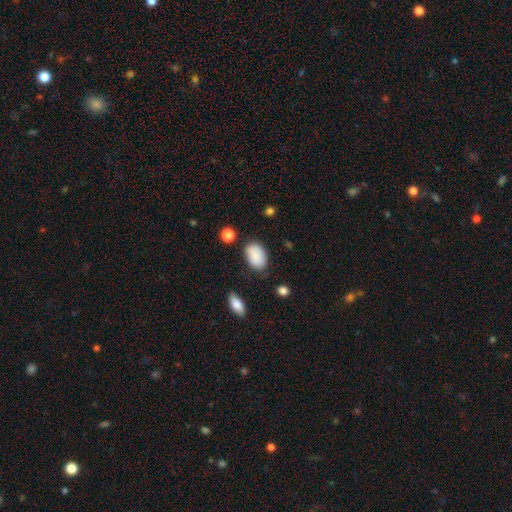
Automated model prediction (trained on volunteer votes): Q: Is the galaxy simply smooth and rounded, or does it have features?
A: smooth — 86%.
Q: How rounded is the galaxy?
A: in between — 90%.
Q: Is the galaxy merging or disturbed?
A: none — 74%.